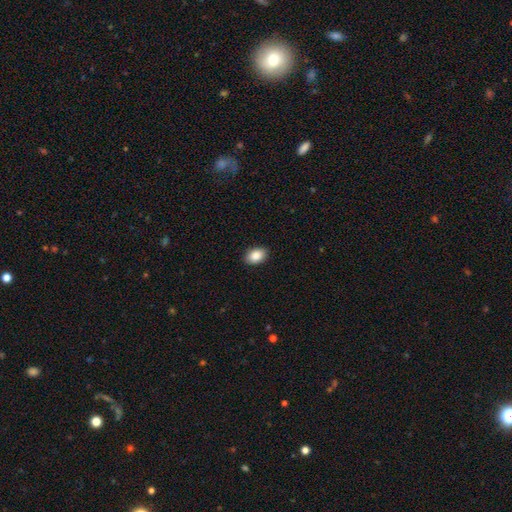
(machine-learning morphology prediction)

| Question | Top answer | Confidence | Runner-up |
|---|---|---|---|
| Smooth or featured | smooth | 87% | star or artifact (7%) |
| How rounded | in between | 86% | round (13%) |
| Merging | none | 90% | minor disturbance (7%) |